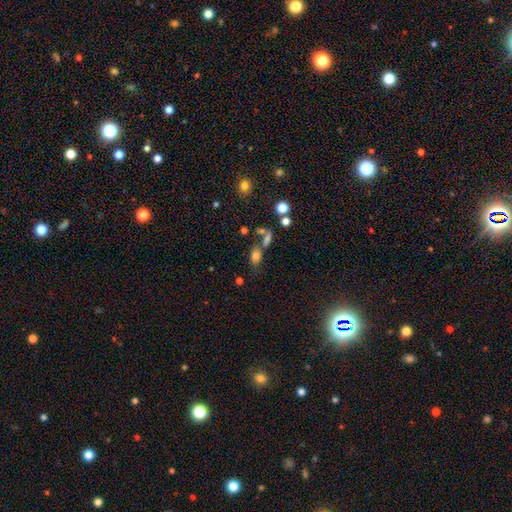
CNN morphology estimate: This appears to be a smooth galaxy with no disk features (71%) that is in between round and cigar-shaped (78%). Merging: none (44%).